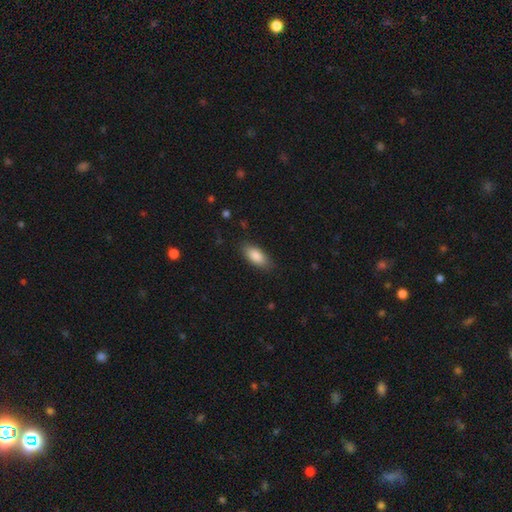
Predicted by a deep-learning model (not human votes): This appears to be a smooth galaxy with no disk features (87%) that is in between round and cigar-shaped (88%). Merging: none (84%).